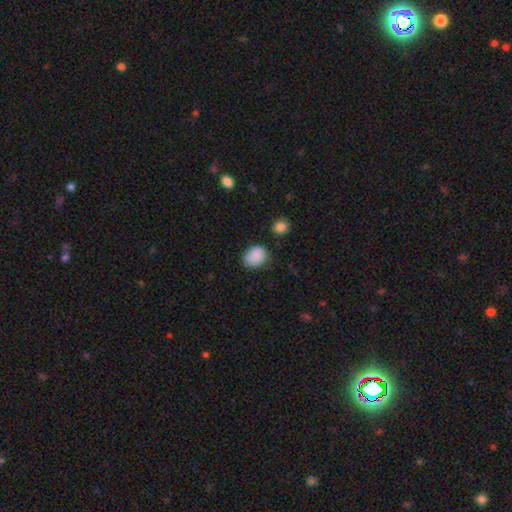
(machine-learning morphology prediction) smooth_or_featured: smooth (p=0.86) [alt: star or artifact p=0.08]
how_rounded: in between (p=0.54) [alt: round p=0.45]
merging: none (p=0.69) [alt: minor disturbance p=0.24]